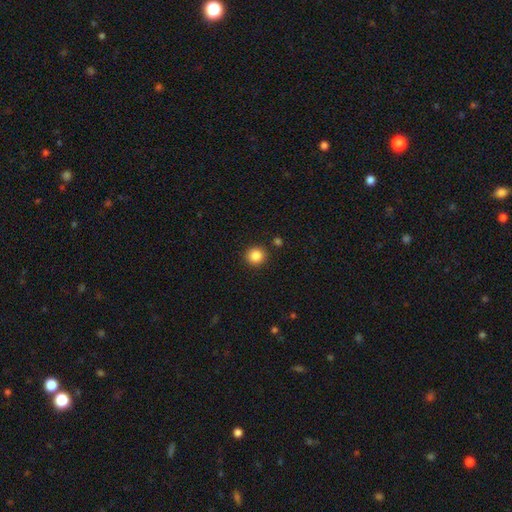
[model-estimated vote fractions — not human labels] Morphology: type=smooth (86%); roundness=round (92%); merging=none (90%).